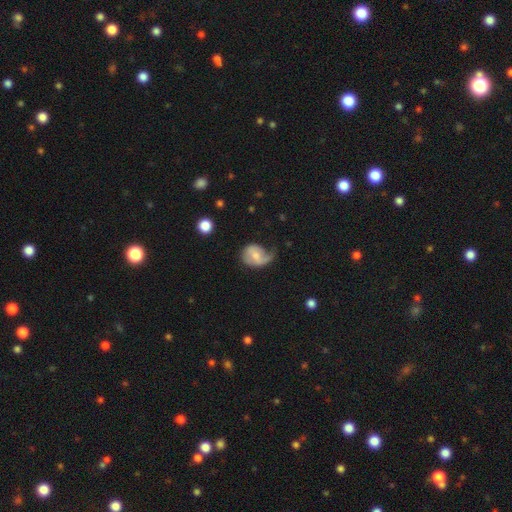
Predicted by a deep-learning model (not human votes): Morphology: type=featured or disk (53%); edge-on=no (97%); bar=no (45%); spiral arms=yes (81%); bulge=small (44%, tied with moderate); merging=minor disturbance (34%).